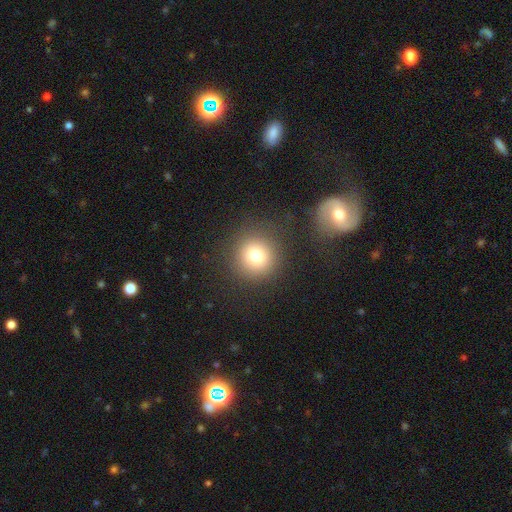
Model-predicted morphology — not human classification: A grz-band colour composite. It shows a smooth galaxy with no disk features (76%) that is round (93%). Merging: none (87%).